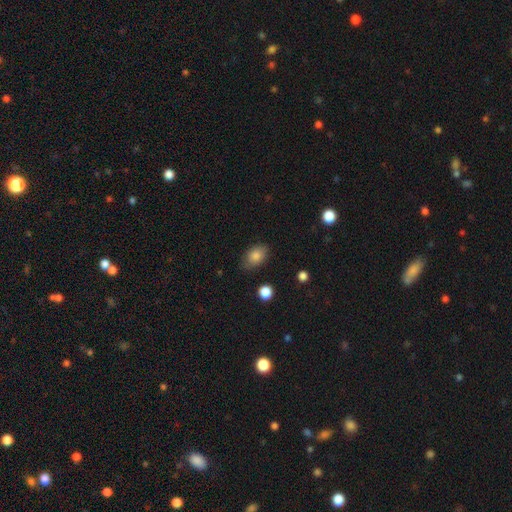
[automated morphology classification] Smooth or featured?
  - smooth: 84% *
  - star or artifact: 8%
  - featured or disk: 8%
How rounded?
  - in between: 84% *
  - round: 15%
  - cigar-shaped: 2%
Merging?
  - none: 78% *
  - minor disturbance: 16%
  - major disturbance: 4%
  - merger: 2%